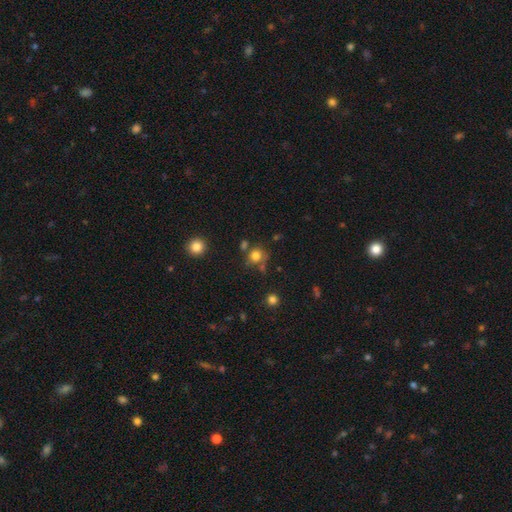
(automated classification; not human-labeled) Smooth or featured? smooth (78%)
How rounded? round (85%)
Merging? none (66%)